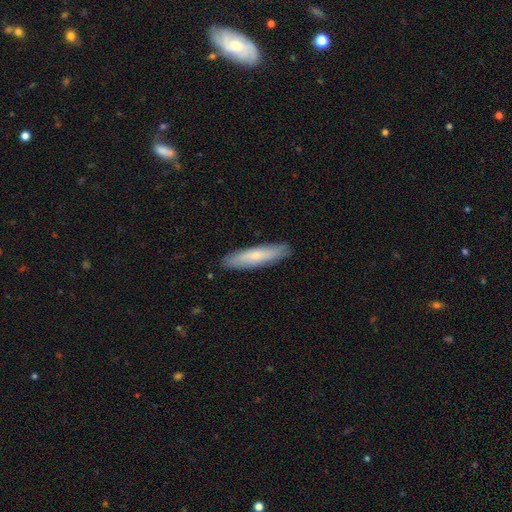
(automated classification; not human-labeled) smooth_or_featured: smooth (p=0.68) [alt: featured or disk p=0.26]
how_rounded: cigar-shaped (p=0.81) [alt: in between p=0.18]
merging: none (p=0.89) [alt: minor disturbance p=0.08]